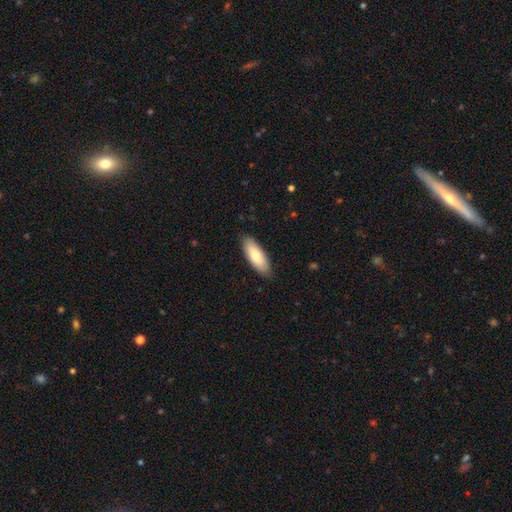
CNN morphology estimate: This is likely a smooth galaxy (76%). How rounded: likely in between (70%). Merging: clearly none (86%).